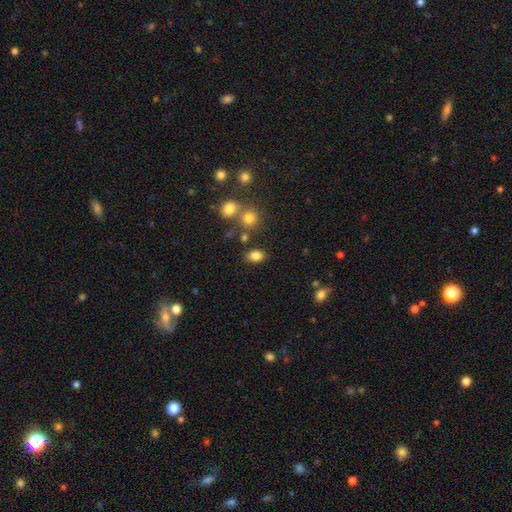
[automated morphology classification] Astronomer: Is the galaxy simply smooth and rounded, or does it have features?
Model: smooth — 82%.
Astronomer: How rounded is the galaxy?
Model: in between — 76%.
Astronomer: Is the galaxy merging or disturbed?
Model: none — 77%.